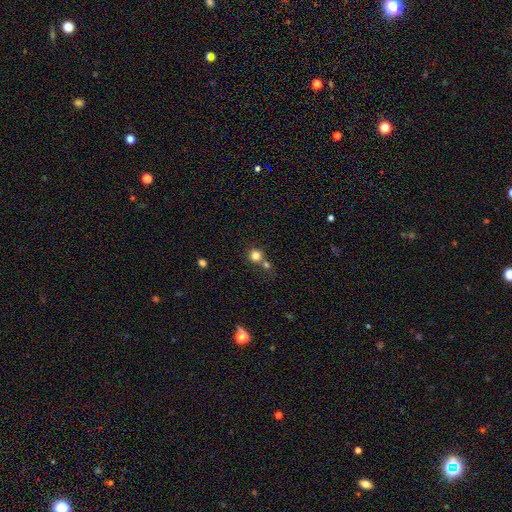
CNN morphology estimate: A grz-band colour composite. It shows a smooth galaxy with no disk features (80%) that is round (91%). Merging: none (56%).